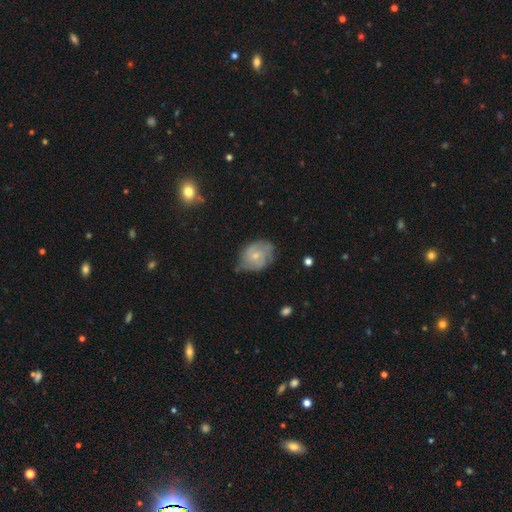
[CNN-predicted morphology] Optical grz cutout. It shows a featured or disk galaxy (71%) with no bar (66%), 2 (49%) tight (44%) spiral arms (91%) and a small central bulge (64%). Merging: none (59%).